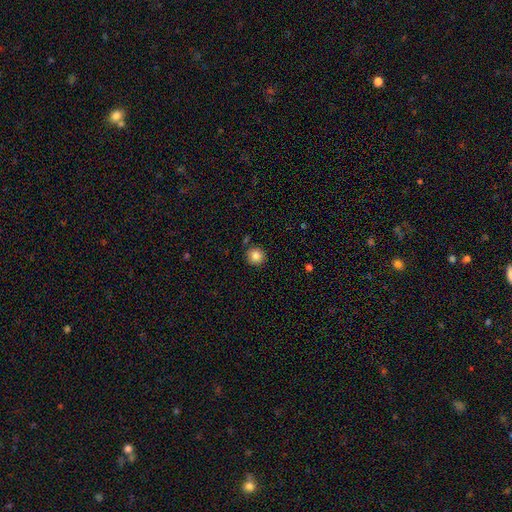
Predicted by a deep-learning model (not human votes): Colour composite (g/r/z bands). It shows a smooth galaxy with no disk features (84%) that is round (93%). Merging: none (86%).